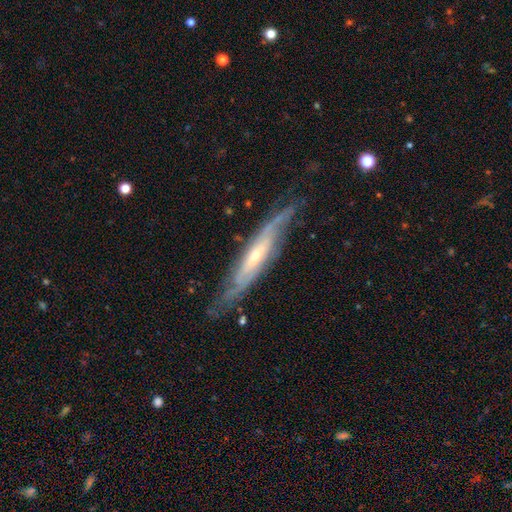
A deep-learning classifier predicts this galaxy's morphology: A featured or disk galaxy (80%) viewed edge-on (52%). Merging: none (71%).